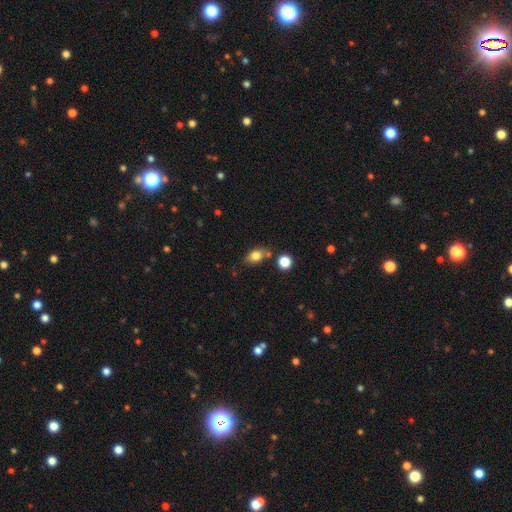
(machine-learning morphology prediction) Smooth or featured?
  - smooth: 81% *
  - star or artifact: 10%
  - featured or disk: 9%
How rounded?
  - in between: 72% *
  - round: 26%
  - cigar-shaped: 2%
Merging?
  - none: 71% *
  - minor disturbance: 14%
  - merger: 11%
  - major disturbance: 4%